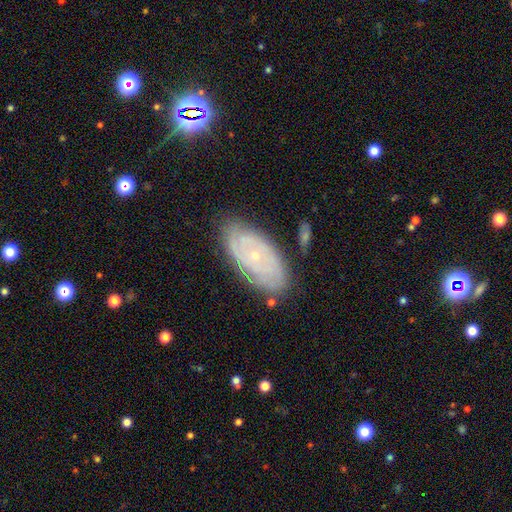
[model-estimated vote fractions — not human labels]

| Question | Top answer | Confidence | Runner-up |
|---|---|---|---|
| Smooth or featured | featured or disk | 77% | smooth (15%) |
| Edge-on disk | no | 93% | yes (7%) |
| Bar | no | 82% | weak (15%) |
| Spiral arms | yes | 89% | no (11%) |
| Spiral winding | tight | 78% | medium (17%) |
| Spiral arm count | can't tell | 47% | 2 (21%) |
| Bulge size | small | 81% | moderate (16%) |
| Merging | none | 77% | minor disturbance (17%) |